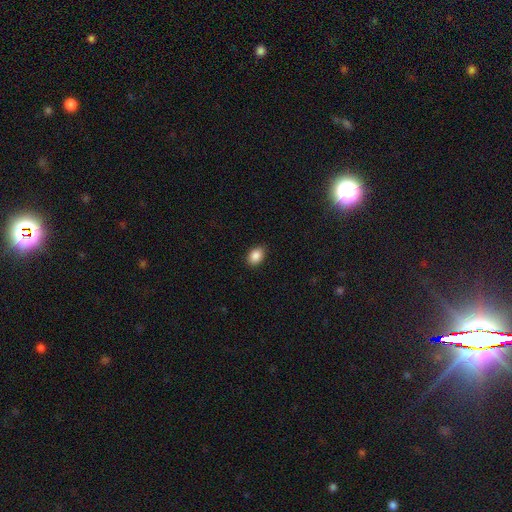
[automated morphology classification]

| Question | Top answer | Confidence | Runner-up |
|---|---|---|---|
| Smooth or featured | smooth | 88% | star or artifact (8%) |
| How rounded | in between | 80% | round (19%) |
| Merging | none | 86% | minor disturbance (10%) |